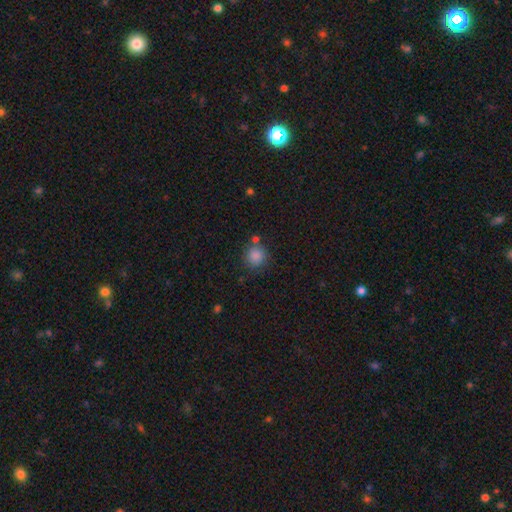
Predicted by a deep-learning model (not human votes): Overall: smooth (86%). How rounded: round (91%). Merging: none (75%).